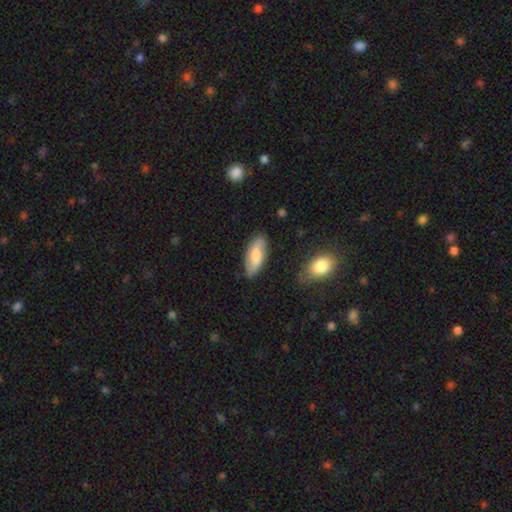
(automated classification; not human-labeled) Smooth or featured? smooth (59%)
How rounded? in between (84%)
Merging? none (80%)